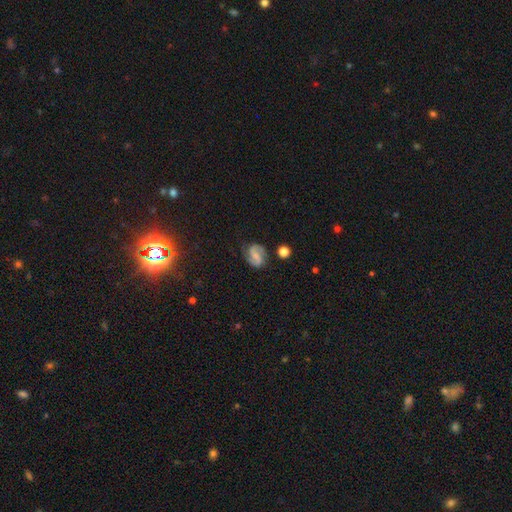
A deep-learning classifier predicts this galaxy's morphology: Smooth or featured? featured or disk (80%)
Edge-on disk? no (98%)
Bar? weak (44%)
Spiral arms? yes (96%)
Spiral winding? medium (50%)
Spiral arm count? 2 (91%)
Bulge size? small (48%)
Merging? none (76%)